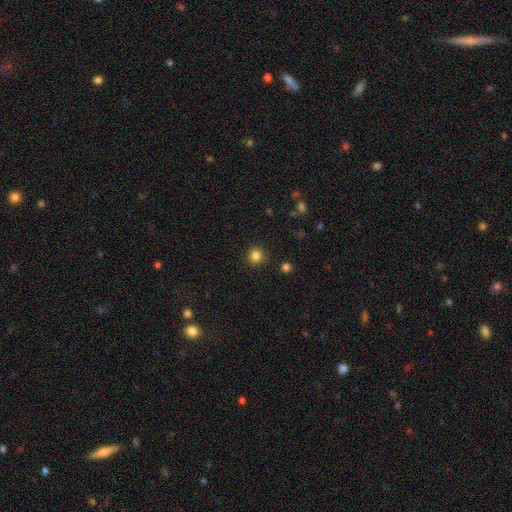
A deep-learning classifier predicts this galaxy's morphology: A smooth galaxy with no disk features (83%) that is round (92%). Merging: none (90%).